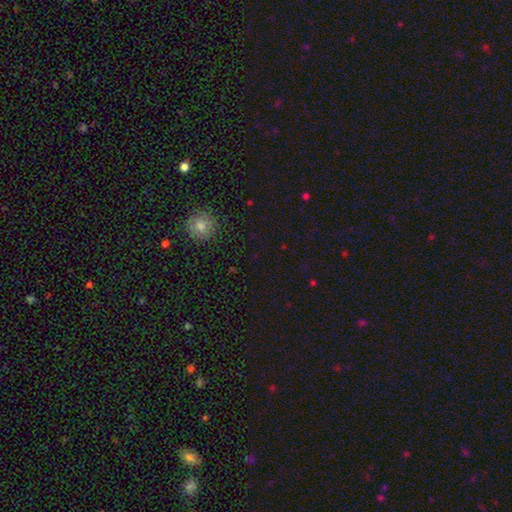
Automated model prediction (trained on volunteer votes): Smooth or featured?
  - star or artifact: 50% *
  - smooth: 41%
  - featured or disk: 10%